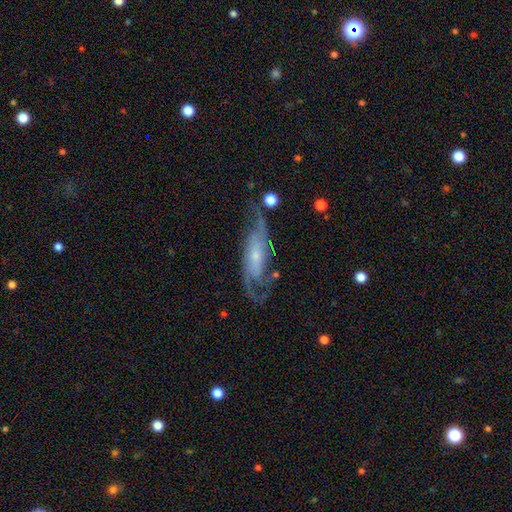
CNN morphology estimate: type=featured or disk (83%); edge-on=no (89%); bar=no (55%); spiral arms=yes (94%); winding=medium (45%); arm count=2 (68%); bulge=small (69%); merging=none (62%).